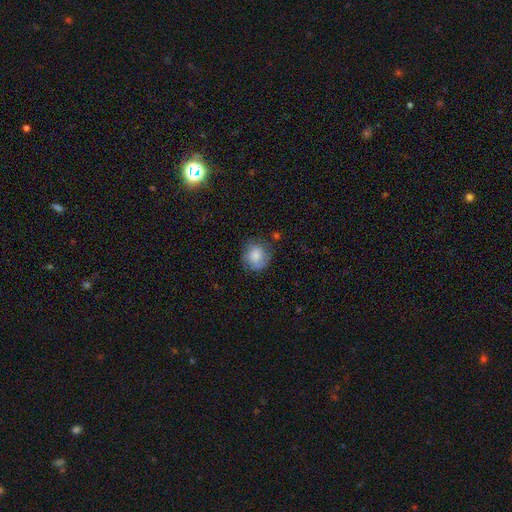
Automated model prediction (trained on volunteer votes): Q: Smooth or featured?
A: smooth (74%); runner-up: featured or disk (18%)
Q: How rounded?
A: round (80%); runner-up: in between (19%)
Q: Merging?
A: none (66%); runner-up: minor disturbance (23%)